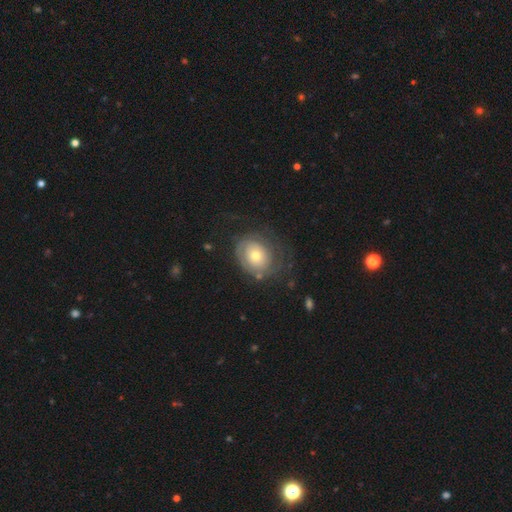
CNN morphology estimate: featured or disk 58%, smooth 35%, star or artifact 7%. Down the decision tree: edge-on disk — no (96%); bar — no (85%); spiral arms — yes (65%); bulge size — moderate (58%); merging — none (58%).